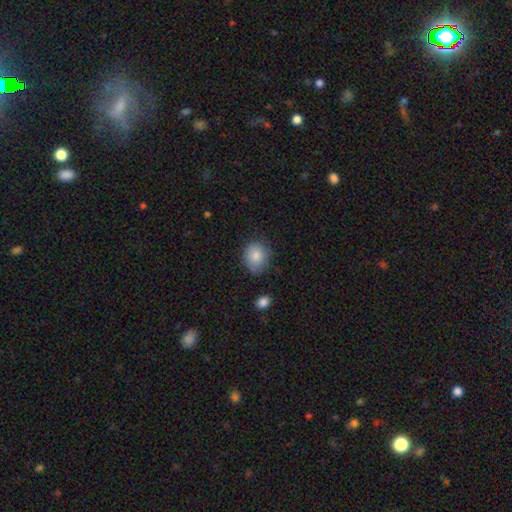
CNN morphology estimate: A smooth galaxy with no disk features (83%) that is round (62%). Merging: none (73%).